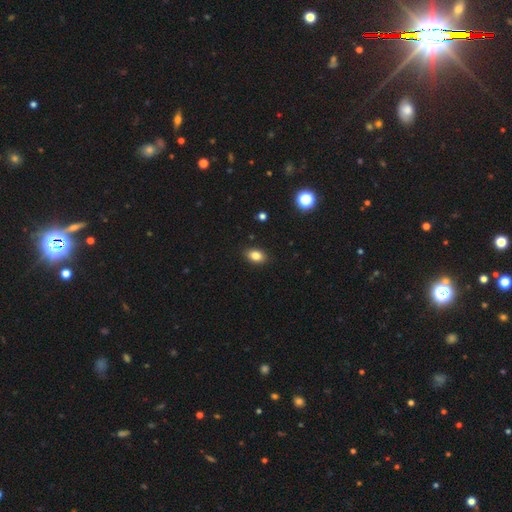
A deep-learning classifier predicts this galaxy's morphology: Overall: smooth (83%). How rounded: in between (84%). Merging: none (89%).